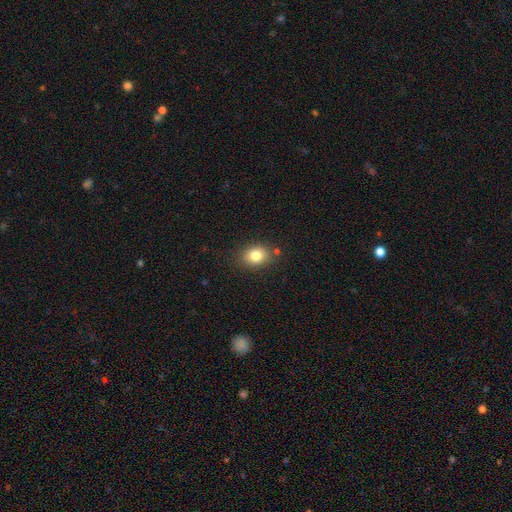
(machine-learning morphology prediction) A smooth galaxy with no disk features (81%) that is in between round and cigar-shaped (53%). Merging: none (80%).